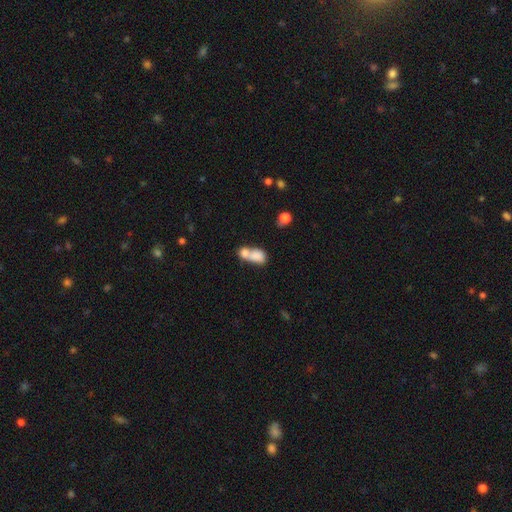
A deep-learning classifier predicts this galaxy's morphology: smooth 77%, featured or disk 14%, star or artifact 9%. Down the decision tree: how rounded — in between (70%); merging — merger (68%).